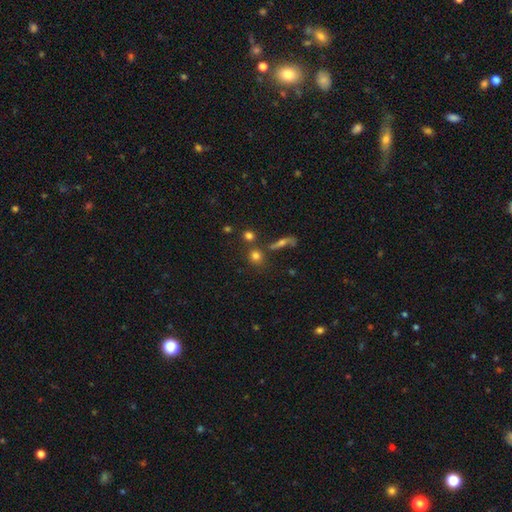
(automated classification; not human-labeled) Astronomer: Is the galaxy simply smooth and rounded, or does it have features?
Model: smooth — 75%.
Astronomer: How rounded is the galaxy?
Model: round — 84%.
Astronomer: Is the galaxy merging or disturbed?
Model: none — 69%.